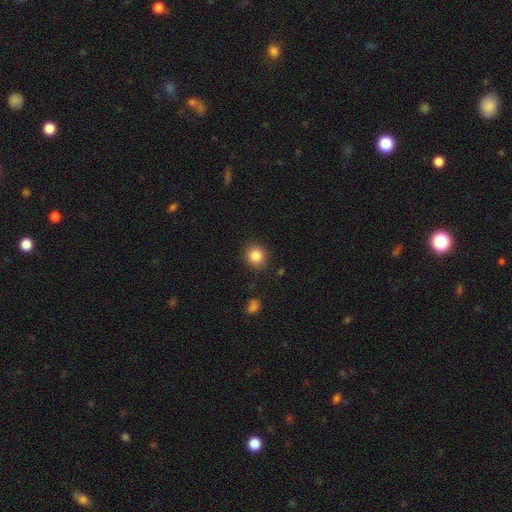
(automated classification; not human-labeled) A smooth galaxy with no disk features (85%) that is round (87%). Merging: none (88%).